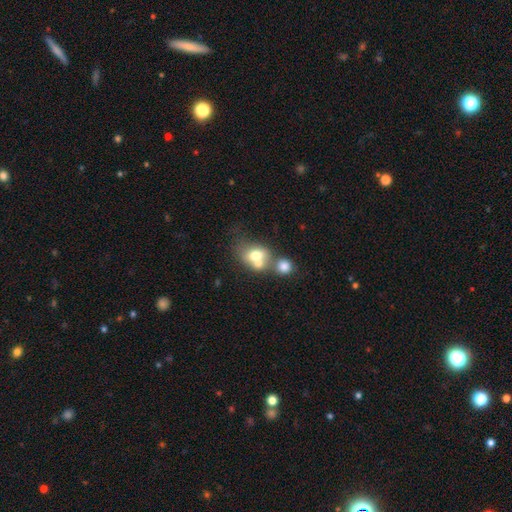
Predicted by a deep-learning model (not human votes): smooth_or_featured: smooth (p=0.67) [alt: featured or disk p=0.22]
how_rounded: in between (p=0.51) [alt: round p=0.48]
merging: merger (p=0.58) [alt: none p=0.27]